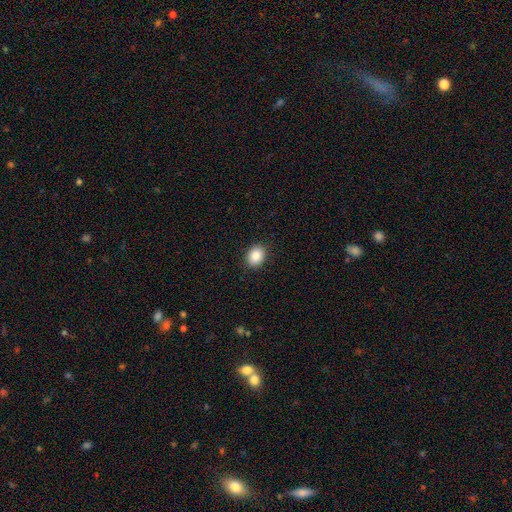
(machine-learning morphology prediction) The model was most divided on "how rounded": in between: 55%, round: 44%, cigar-shaped: 1%. More confident: merging — none (90%); smooth or featured — smooth (87%).